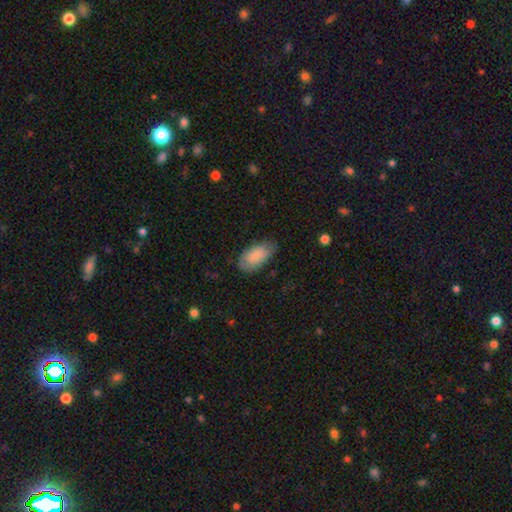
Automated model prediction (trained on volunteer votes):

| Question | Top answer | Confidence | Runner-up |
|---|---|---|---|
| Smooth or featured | smooth | 78% | featured or disk (16%) |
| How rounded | in between | 94% | round (3%) |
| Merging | none | 67% | minor disturbance (26%) |